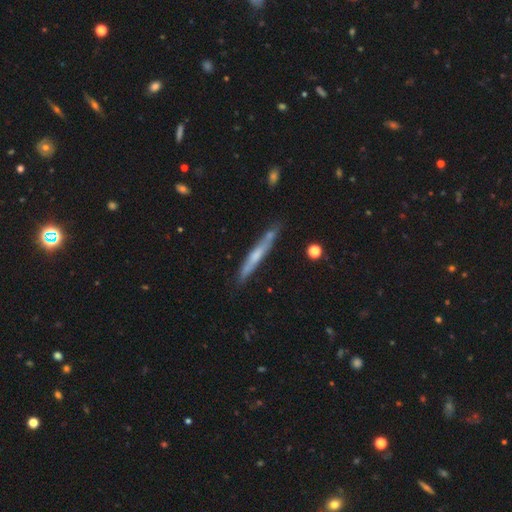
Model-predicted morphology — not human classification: A featured or disk galaxy (50%). Merging: none (78%).